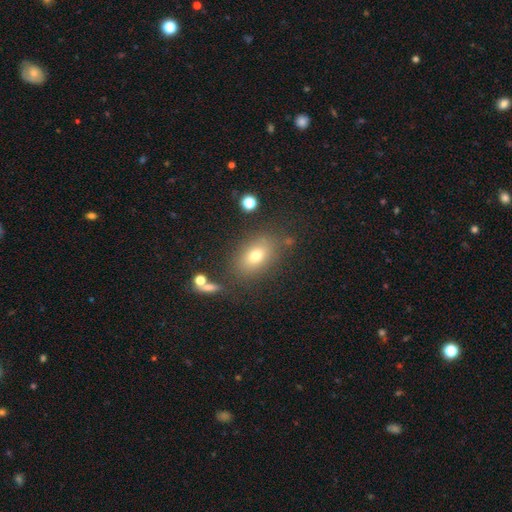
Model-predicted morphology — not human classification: smooth 72%, featured or disk 14%, star or artifact 14%. Down the decision tree: how rounded — in between (80%); merging — none (77%).